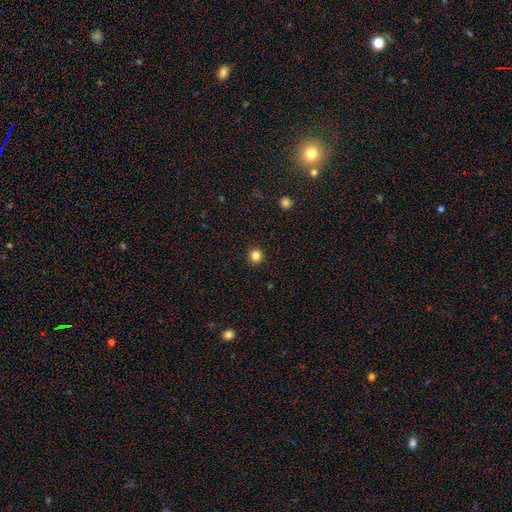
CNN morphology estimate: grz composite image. It shows a smooth galaxy with no disk features (83%) that is round (95%). Merging: none (93%).